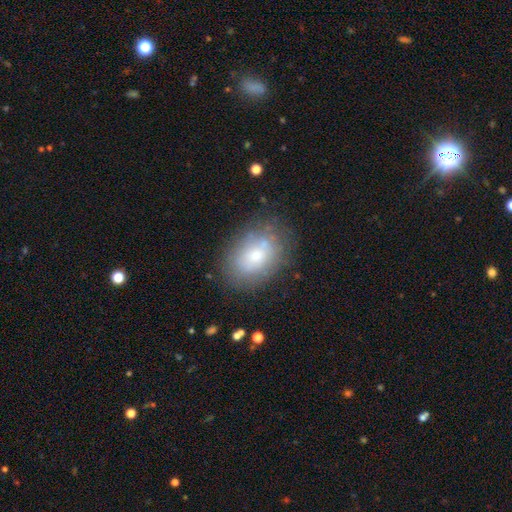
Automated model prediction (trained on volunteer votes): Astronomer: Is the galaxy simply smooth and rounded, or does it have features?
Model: smooth — 65%.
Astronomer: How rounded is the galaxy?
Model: in between — 76%.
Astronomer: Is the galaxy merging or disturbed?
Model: none — 70%.